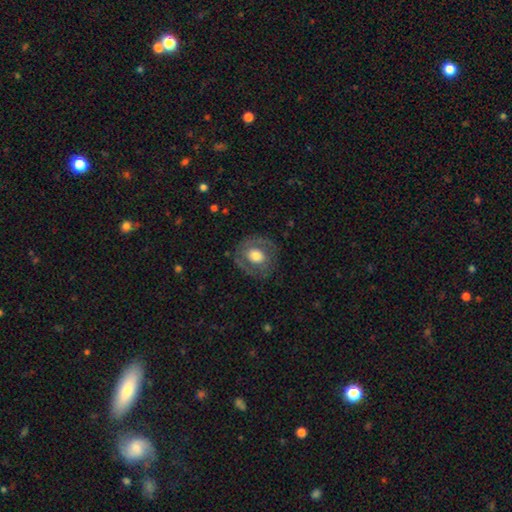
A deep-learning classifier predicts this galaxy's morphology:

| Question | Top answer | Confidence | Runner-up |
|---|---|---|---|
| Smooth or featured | featured or disk | 49% | smooth (44%) |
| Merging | none | 77% | minor disturbance (14%) |